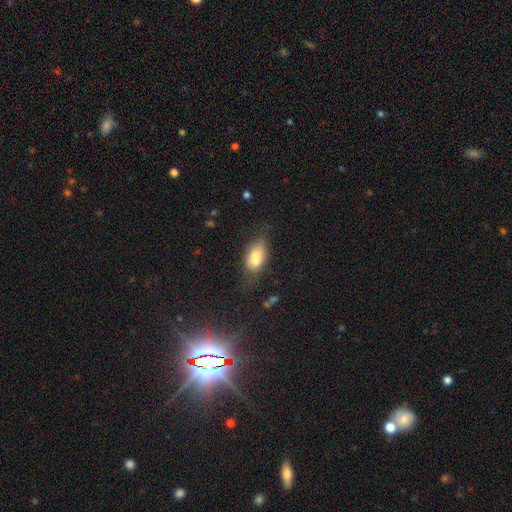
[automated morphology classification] smooth-or-featured: smooth: 73% | featured or disk: 17% | star or artifact: 10%
  how-rounded: in between: 86% | round: 8% | cigar-shaped: 6%
  merging: none: 46% | minor disturbance: 25% | merger: 20% | major disturbance: 10%